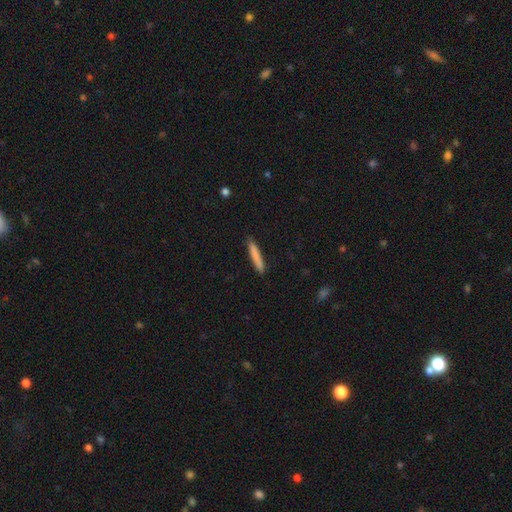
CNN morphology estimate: Smooth or featured: smooth — 82% (featured or disk — 12%)
How rounded: cigar-shaped — 94% (in between — 5%)
Merging: none — 89% (minor disturbance — 8%)